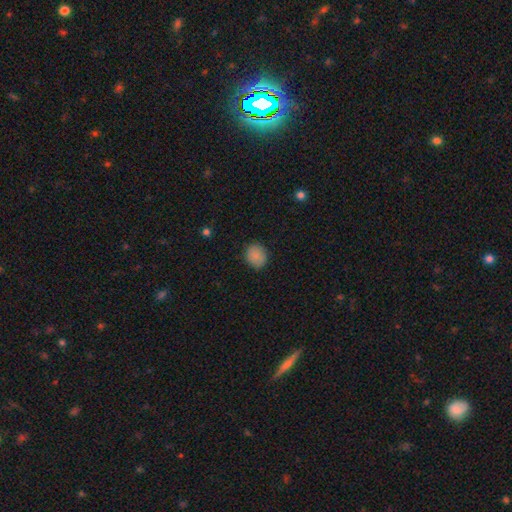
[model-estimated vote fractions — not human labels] Smooth or featured? Predicted: smooth (p=0.87). How rounded? Predicted: round (p=0.69). Merging? Predicted: none (p=0.87).